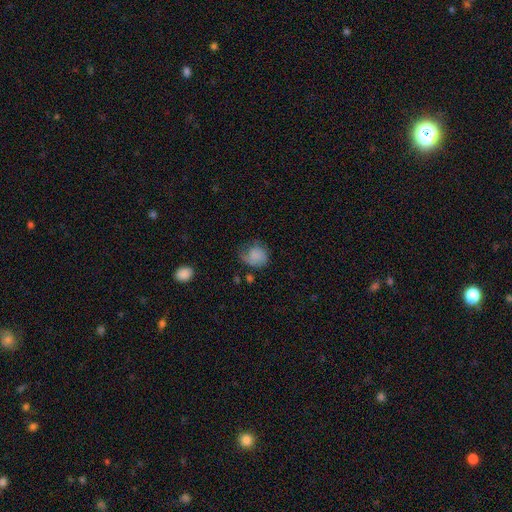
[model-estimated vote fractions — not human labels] smooth-or-featured: smooth: 68% | featured or disk: 23% | star or artifact: 9%
  how-rounded: round: 67% | in between: 32% | cigar-shaped: 1%
  merging: none: 43% | minor disturbance: 31% | major disturbance: 22% | merger: 3%